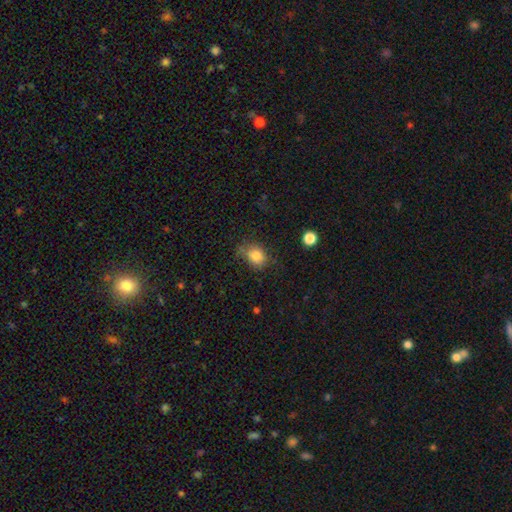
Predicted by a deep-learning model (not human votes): Smooth or featured? smooth (82%)
How rounded? round (52%)
Merging? none (58%)